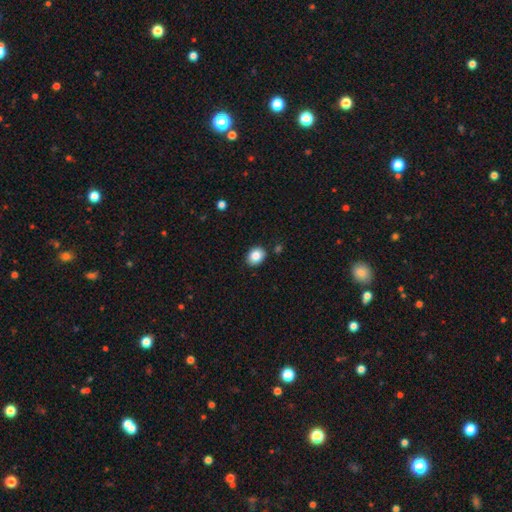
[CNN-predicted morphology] A smooth galaxy with no disk features (85%) that is in between round and cigar-shaped (55%). Merging: none (85%).